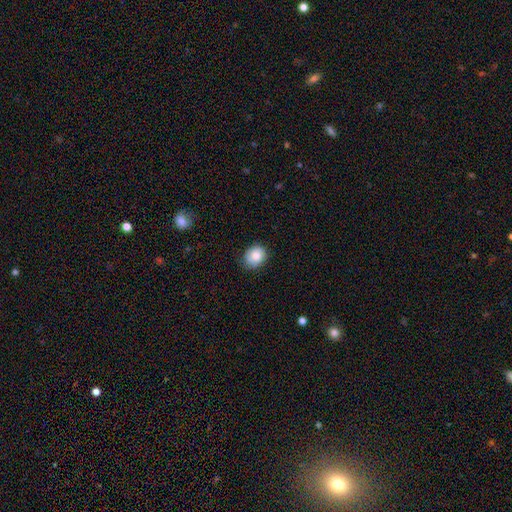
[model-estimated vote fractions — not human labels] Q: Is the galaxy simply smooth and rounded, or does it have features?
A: smooth — 81%.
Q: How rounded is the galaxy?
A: round — 63%.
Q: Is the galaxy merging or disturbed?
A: none — 78%.